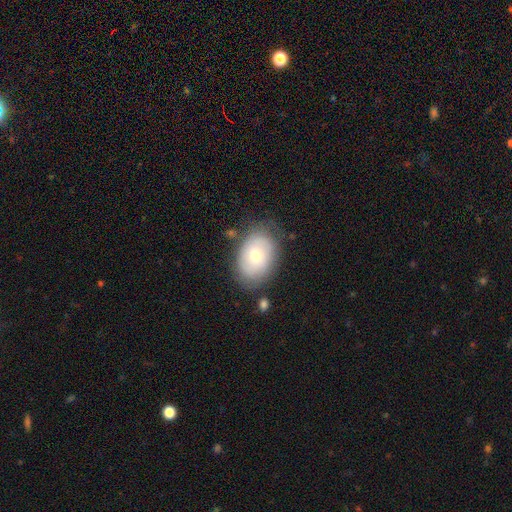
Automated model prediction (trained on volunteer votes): The model was most divided on "smooth or featured": smooth: 62%, featured or disk: 30%, star or artifact: 7%. More confident: how rounded — in between (80%); merging — none (72%).